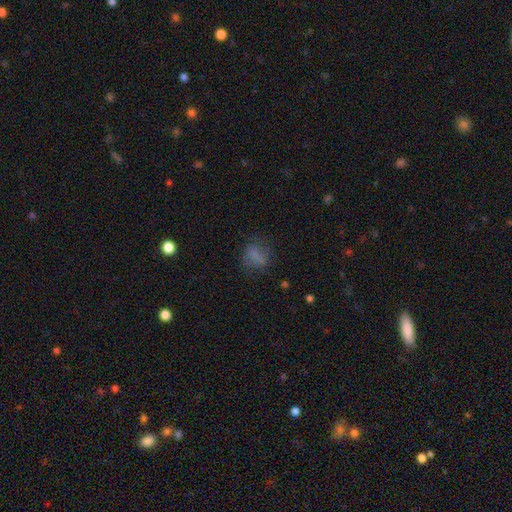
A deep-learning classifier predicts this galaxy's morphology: Smooth or featured?
  - smooth: 69% *
  - featured or disk: 16%
  - star or artifact: 16%
How rounded?
  - in between: 49% *
  - round: 47%
  - cigar-shaped: 5%
Merging?
  - none: 65% *
  - minor disturbance: 20%
  - major disturbance: 13%
  - merger: 2%